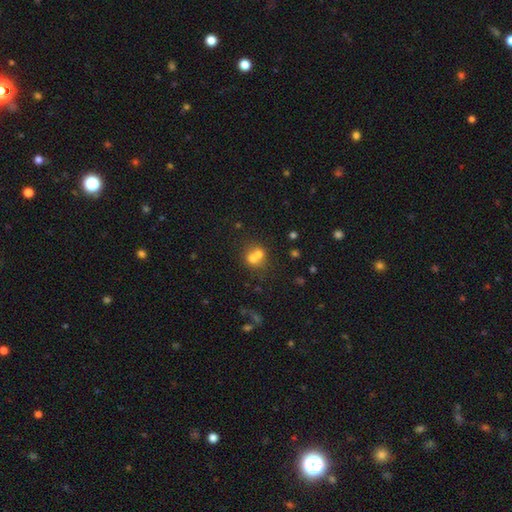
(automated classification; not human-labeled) Smooth or featured: smooth — 63% (featured or disk — 23%)
How rounded: round — 76% (in between — 23%)
Merging: merger — 61% (none — 30%)